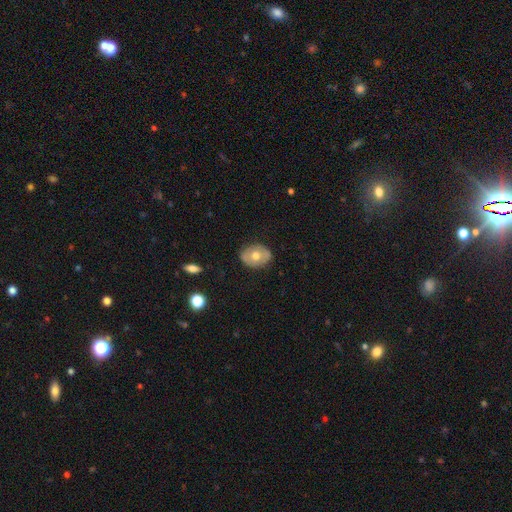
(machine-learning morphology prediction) smooth-or-featured: smooth: 58% | featured or disk: 34% | star or artifact: 8%
  how-rounded: in between: 56% | round: 43% | cigar-shaped: 1%
  merging: none: 83% | minor disturbance: 13% | major disturbance: 3% | merger: 1%